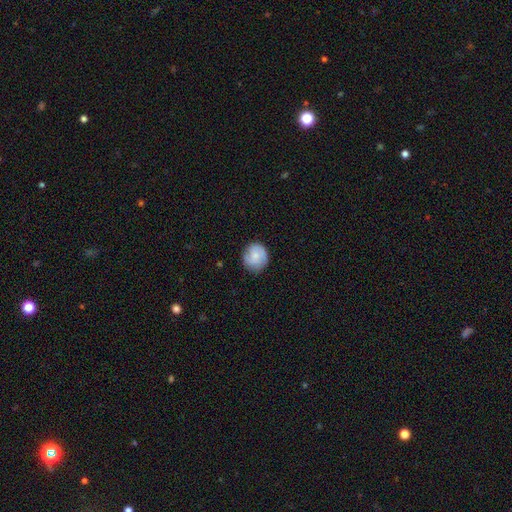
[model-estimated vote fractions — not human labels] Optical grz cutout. It shows a smooth galaxy with no disk features (49%). Merging: none (80%).